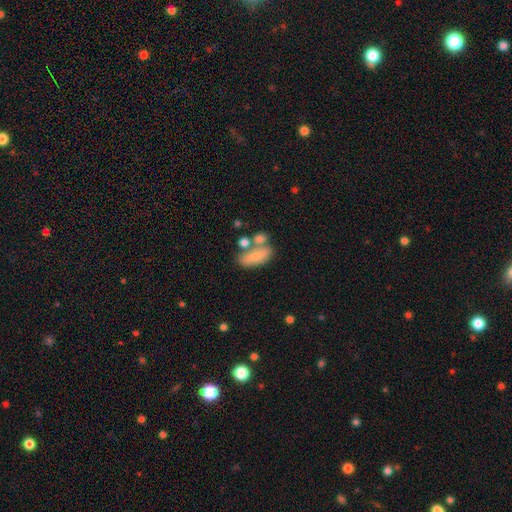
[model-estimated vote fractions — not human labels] The model was most divided on "merging": none: 45%, merger: 30%, minor disturbance: 17%, major disturbance: 8%. More confident: how rounded — in between (75%); smooth or featured — smooth (75%).